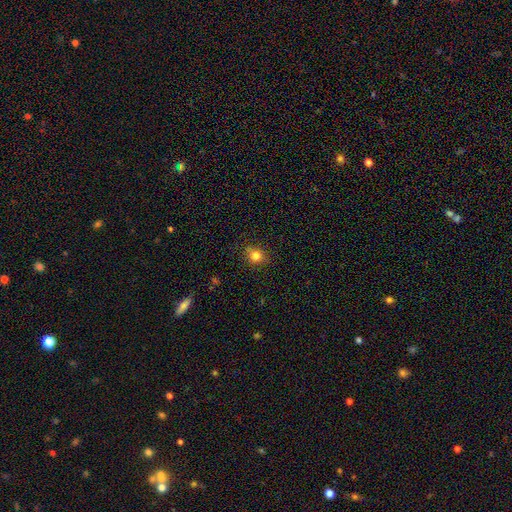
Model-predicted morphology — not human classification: Smooth or featured? smooth (82%)
How rounded? round (77%)
Merging? none (82%)